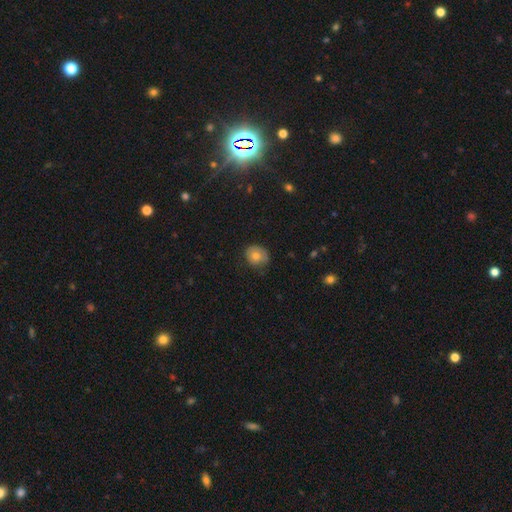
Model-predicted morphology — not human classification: smooth 76%, featured or disk 15%, star or artifact 10%. Down the decision tree: how rounded — round (68%); merging — none (71%).